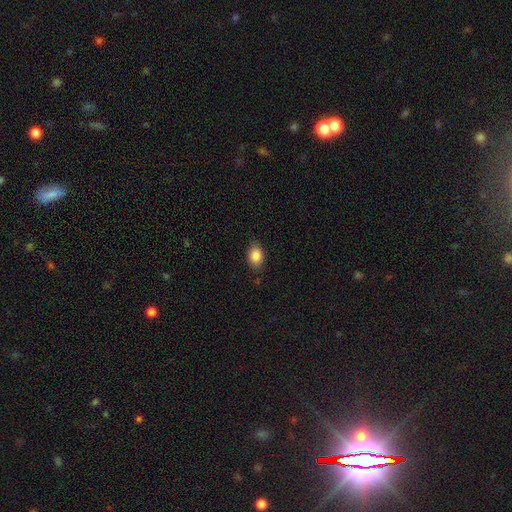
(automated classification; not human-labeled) The model was most divided on "how rounded": in between: 75%, round: 24%, cigar-shaped: 1%. More confident: smooth or featured — smooth (86%); merging — none (82%).